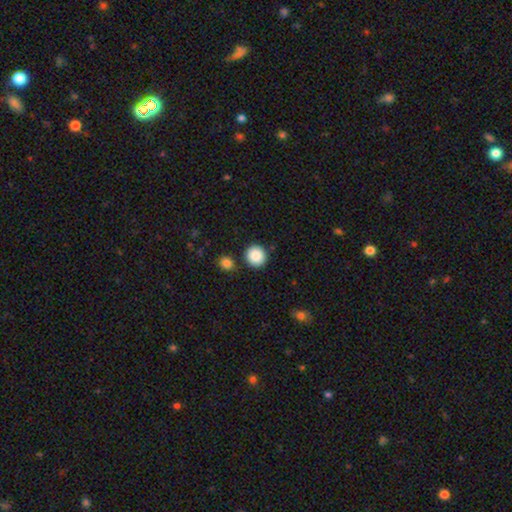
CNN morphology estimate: smooth-or-featured: smooth: 88% | star or artifact: 8% | featured or disk: 4%
  how-rounded: round: 92% | in between: 7% | cigar-shaped: 1%
  merging: none: 85% | minor disturbance: 7% | merger: 5% | major disturbance: 2%